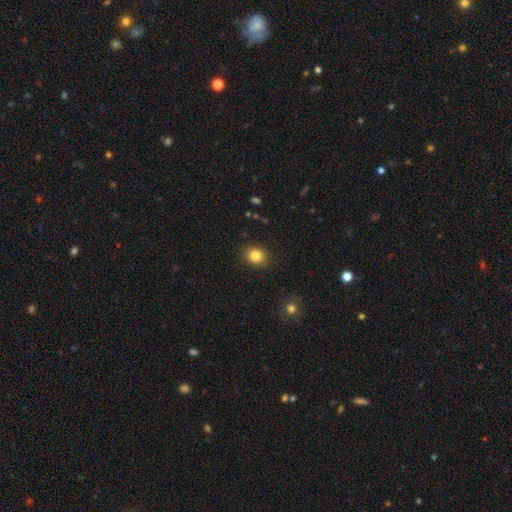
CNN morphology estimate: smooth-or-featured: smooth: 84% | star or artifact: 10% | featured or disk: 6%
  how-rounded: round: 70% | in between: 29% | cigar-shaped: 1%
  merging: none: 89% | minor disturbance: 8% | major disturbance: 2% | merger: 1%